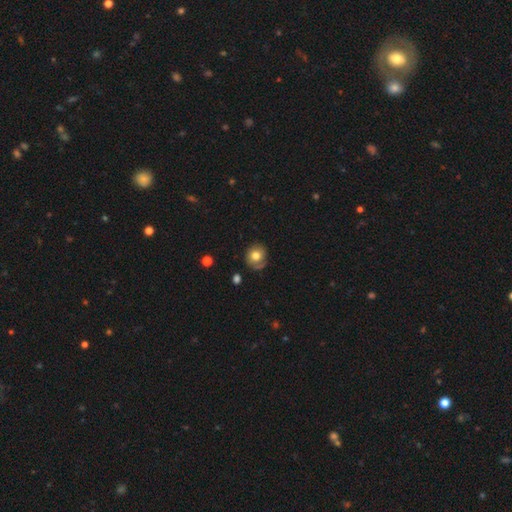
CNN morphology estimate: The model was most divided on "smooth or featured": smooth: 71%, featured or disk: 20%, star or artifact: 9%. More confident: how rounded — round (79%); merging — none (71%).